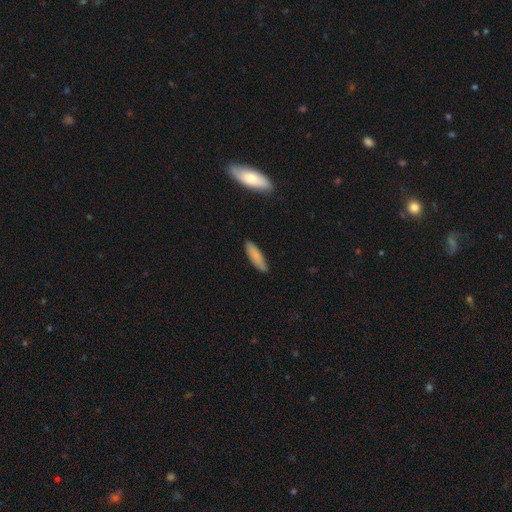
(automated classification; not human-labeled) Smooth or featured? smooth (81%)
How rounded? cigar-shaped (65%)
Merging? none (83%)